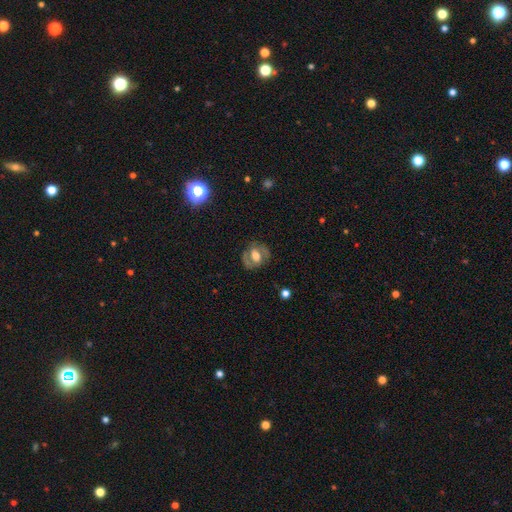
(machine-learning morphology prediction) smooth-or-featured: featured or disk: 55% | smooth: 37% | star or artifact: 8%
  disk-edge-on: no: 94% | yes: 6%
    bar: no: 43% | weak: 36% | strong: 21%
    has-spiral-arms: yes: 51% | no: 49%
    bulge-size: moderate: 52% | large: 33% | small: 9% | dominant: 3% | none: 3%
  merging: none: 73% | minor disturbance: 16% | major disturbance: 9% | merger: 1%